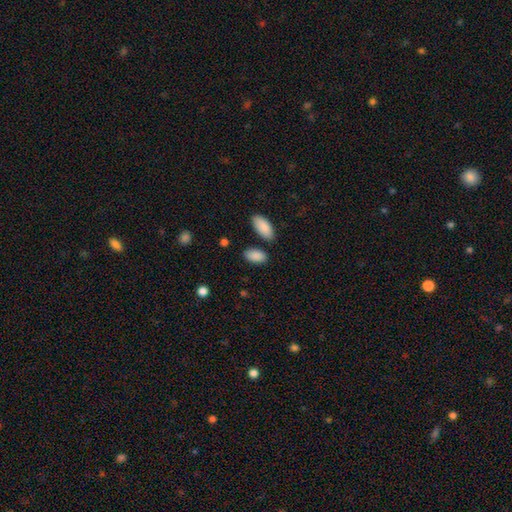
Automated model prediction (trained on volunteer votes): This is clearly a smooth galaxy (89%). How rounded: clearly in between (94%). Merging: likely none (78%).